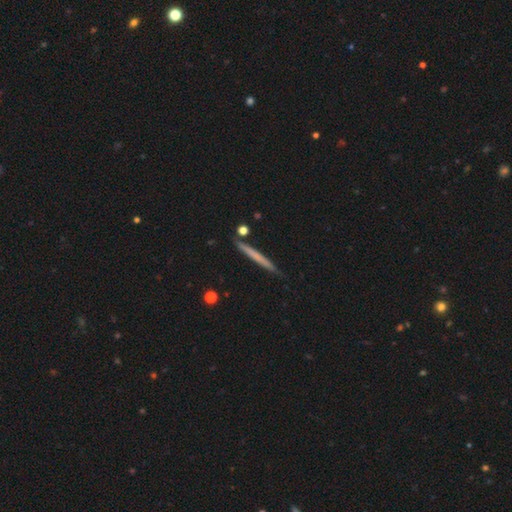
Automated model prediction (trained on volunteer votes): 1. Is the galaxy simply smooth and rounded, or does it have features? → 57% smooth, 37% featured or disk, 5% star or artifact.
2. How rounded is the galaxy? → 97% cigar-shaped, 2% in between, 1% round.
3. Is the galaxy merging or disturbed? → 87% none, 9% minor disturbance, 3% merger, 2% major disturbance.